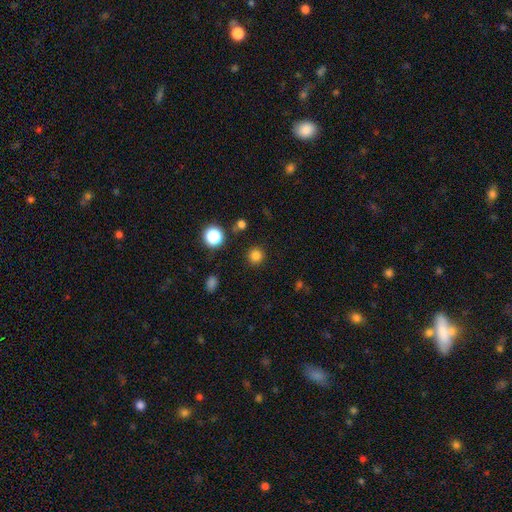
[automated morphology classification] smooth 80%, star or artifact 16%, featured or disk 4%. Down the decision tree: how rounded — round (94%); merging — none (90%).